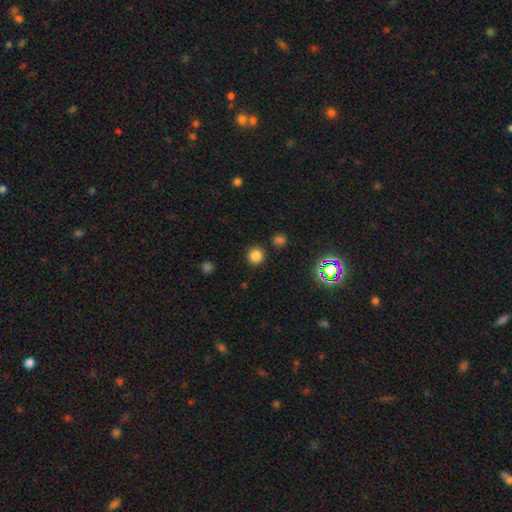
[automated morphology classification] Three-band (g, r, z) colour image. It shows a smooth galaxy with no disk features (80%) that is round (92%). Merging: none (88%).